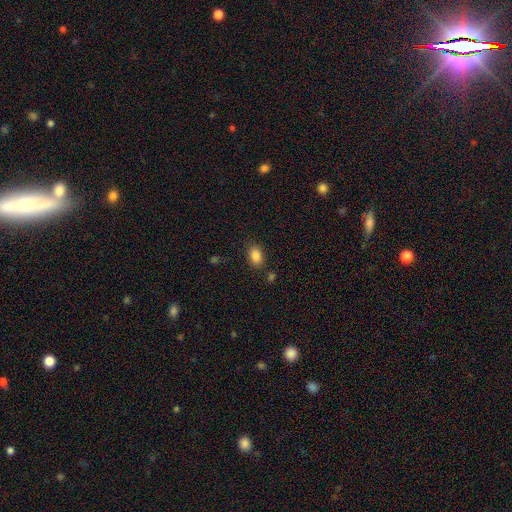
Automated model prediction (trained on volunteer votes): Q: Smooth or featured?
A: smooth (86%); runner-up: star or artifact (9%)
Q: How rounded?
A: in between (83%); runner-up: round (15%)
Q: Merging?
A: none (81%); runner-up: minor disturbance (11%)